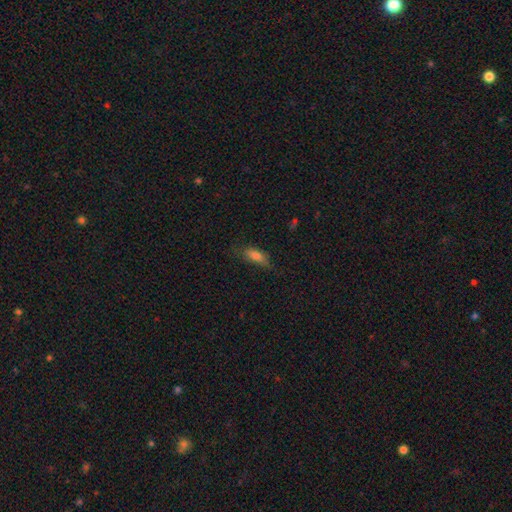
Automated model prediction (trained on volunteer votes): This is likely a smooth galaxy (76%). How rounded: likely in between (70%). Merging: likely none (61%).